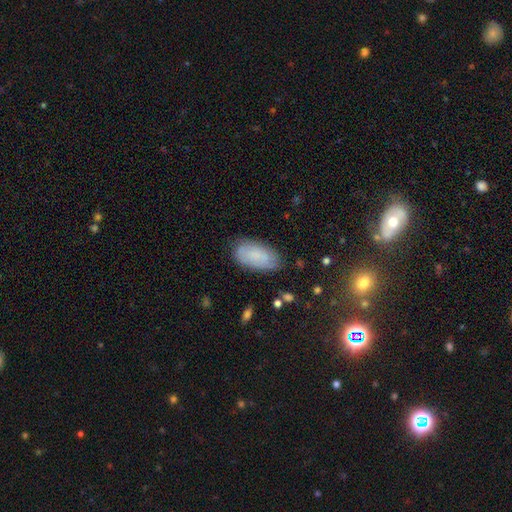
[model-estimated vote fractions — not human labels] Q: Smooth or featured?
A: smooth (70%); runner-up: featured or disk (21%)
Q: How rounded?
A: in between (94%); runner-up: cigar-shaped (3%)
Q: Merging?
A: none (74%); runner-up: minor disturbance (19%)